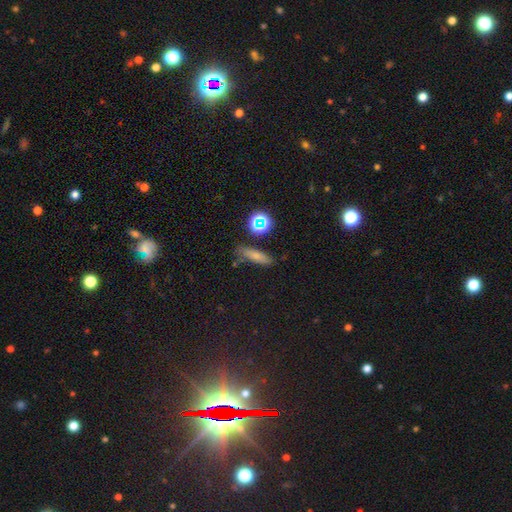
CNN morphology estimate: Smooth or featured? Predicted: smooth (p=0.69). How rounded? Predicted: cigar-shaped (p=0.50). Merging? Predicted: none (p=0.71).